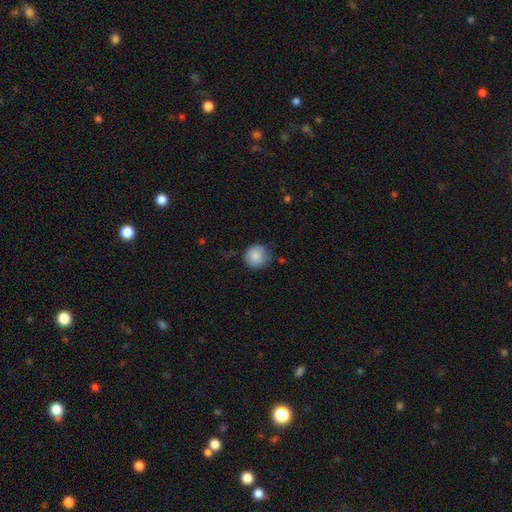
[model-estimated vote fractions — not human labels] Smooth or featured? smooth (84%)
How rounded? round (90%)
Merging? none (66%)